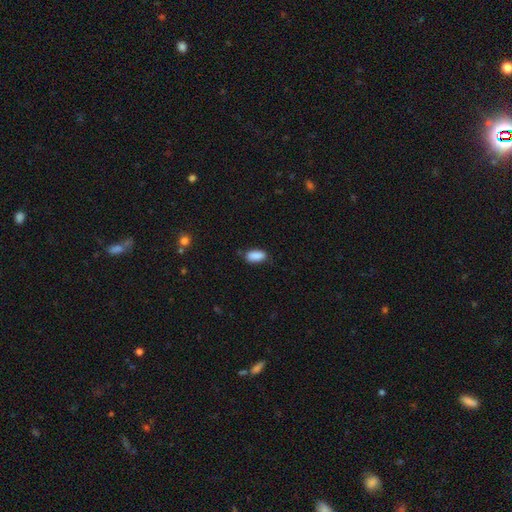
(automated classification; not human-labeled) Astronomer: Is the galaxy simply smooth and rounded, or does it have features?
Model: smooth — 89%.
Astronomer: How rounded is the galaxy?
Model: in between — 89%.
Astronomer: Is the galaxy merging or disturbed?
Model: none — 76%.